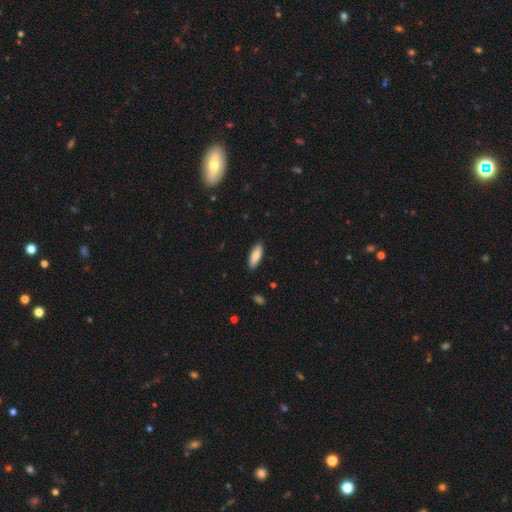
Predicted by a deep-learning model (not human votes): Smooth or featured? smooth (80%)
How rounded? in between (57%)
Merging? none (89%)